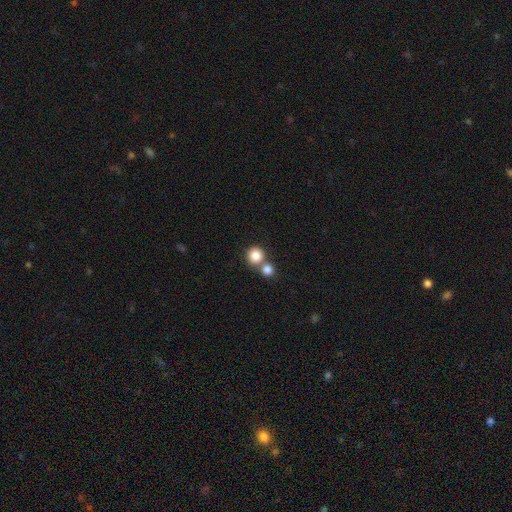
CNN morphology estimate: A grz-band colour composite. It shows a smooth galaxy with no disk features (84%) that is round (90%). Merging: none (50%).